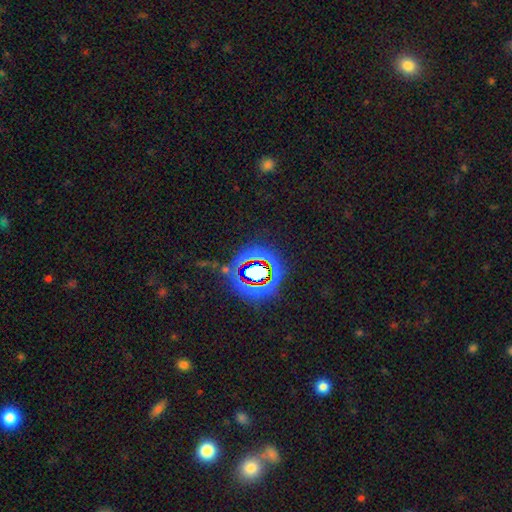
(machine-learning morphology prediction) Smooth or featured?
  - star or artifact: 75% *
  - smooth: 14%
  - featured or disk: 11%